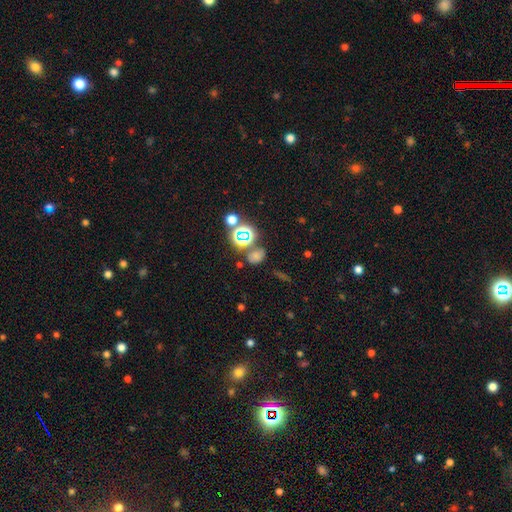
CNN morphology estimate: Smooth or featured? Predicted: smooth (p=0.53). How rounded? Predicted: round (p=0.54). Merging? Predicted: none (p=0.64).